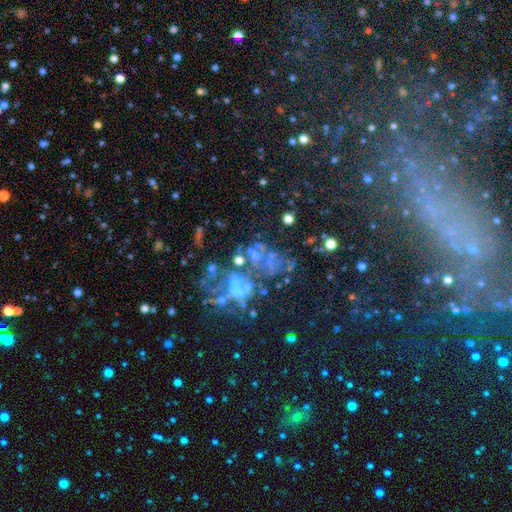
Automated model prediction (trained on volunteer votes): featured or disk 50%, star or artifact 28%, smooth 22%. Down the decision tree: merging — merger (34%).